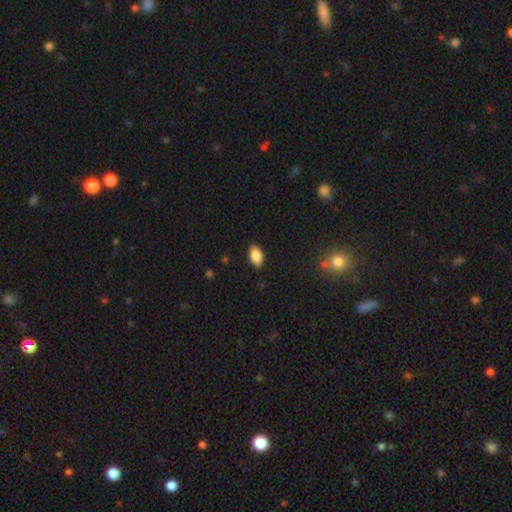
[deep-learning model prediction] Smooth or featured? Predicted: smooth (p=0.85). How rounded? Predicted: in between (p=0.91). Merging? Predicted: none (p=0.86).